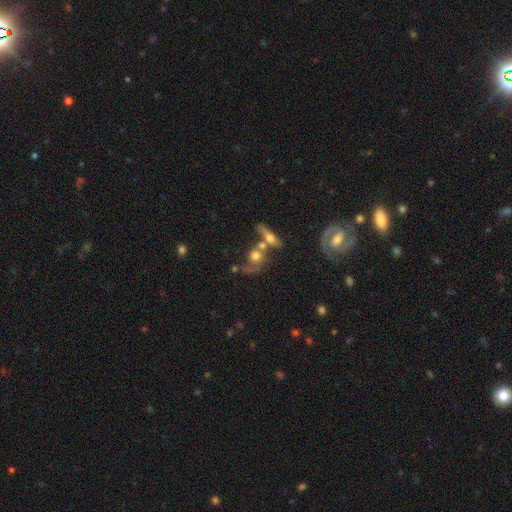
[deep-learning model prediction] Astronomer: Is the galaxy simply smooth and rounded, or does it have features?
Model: smooth — 46% (runner-up: featured or disk, 42%).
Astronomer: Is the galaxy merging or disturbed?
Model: merger — 44% (runner-up: none, 29%).